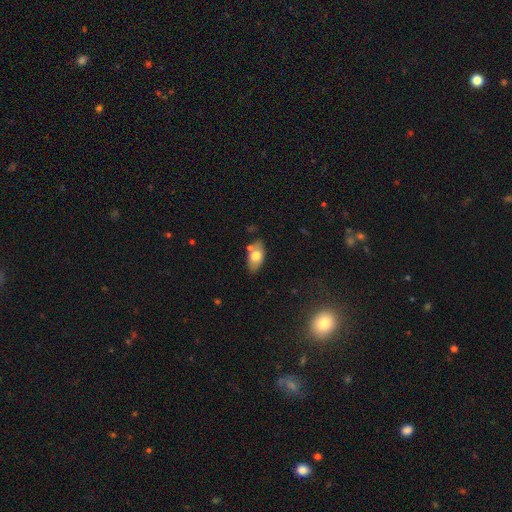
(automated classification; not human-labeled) Q: Smooth or featured?
A: smooth (69%); runner-up: featured or disk (24%)
Q: How rounded?
A: in between (92%); runner-up: round (5%)
Q: Merging?
A: none (68%); runner-up: minor disturbance (16%)